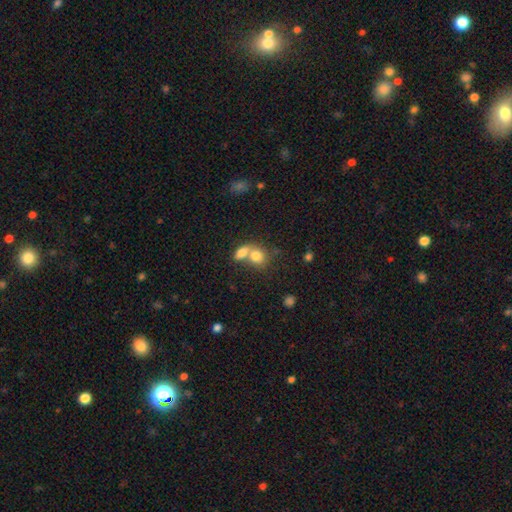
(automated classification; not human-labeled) This appears to be a smooth galaxy with no disk features (78%) that is round (54%). Merging: merger (63%).